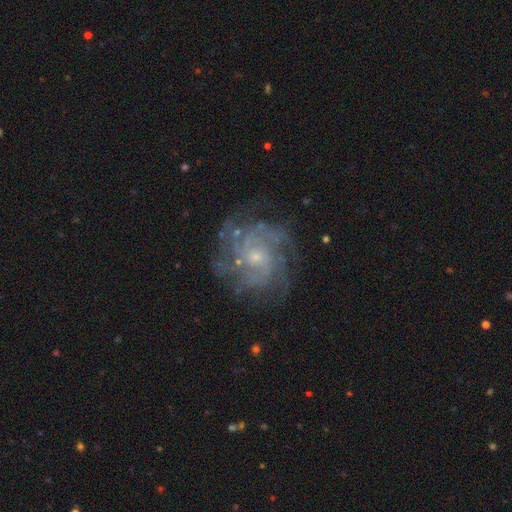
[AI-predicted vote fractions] Q: Smooth or featured?
A: featured or disk (82%); runner-up: star or artifact (9%)
Q: Edge-on disk?
A: no (97%); runner-up: yes (3%)
Q: Bar?
A: no (73%); runner-up: weak (23%)
Q: Spiral arms?
A: yes (93%); runner-up: no (7%)
Q: Spiral winding?
A: tight (56%); runner-up: medium (35%)
Q: Spiral arm count?
A: can't tell (34%); runner-up: 4 (23%)
Q: Bulge size?
A: small (69%); runner-up: moderate (25%)
Q: Merging?
A: none (75%); runner-up: minor disturbance (15%)